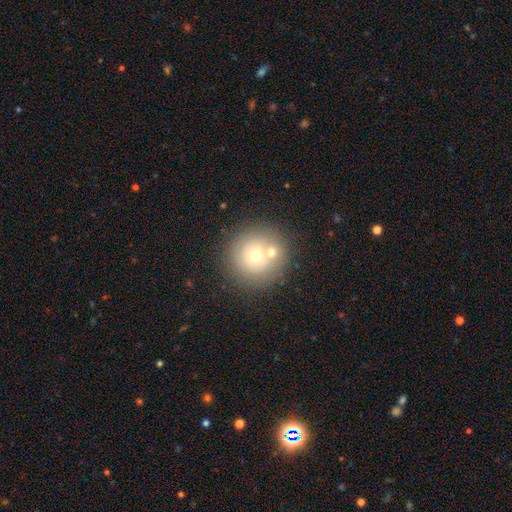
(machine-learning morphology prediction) Smooth or featured: smooth — 67% (featured or disk — 20%)
How rounded: round — 95% (in between — 5%)
Merging: none — 64% (merger — 24%)